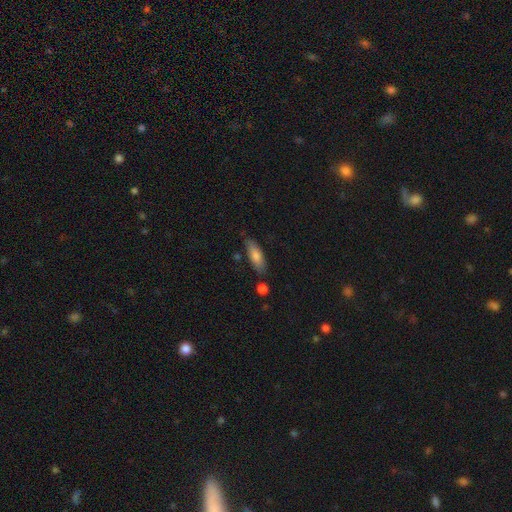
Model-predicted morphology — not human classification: smooth-or-featured: smooth: 77% | featured or disk: 16% | star or artifact: 6%
  how-rounded: in between: 58% | cigar-shaped: 40% | round: 2%
  merging: none: 76% | minor disturbance: 16% | merger: 5% | major disturbance: 3%